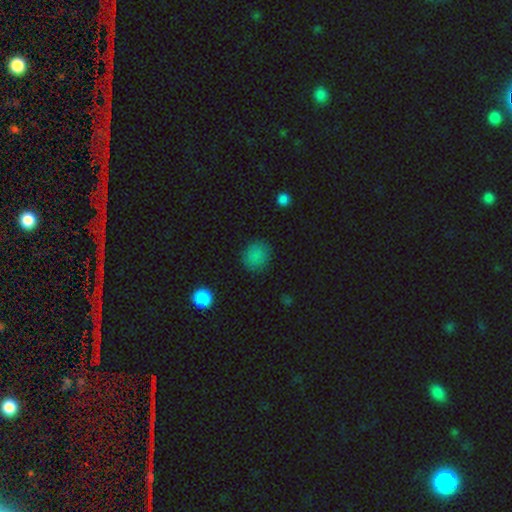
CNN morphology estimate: smooth-or-featured: smooth: 84% | star or artifact: 11% | featured or disk: 5%
  how-rounded: round: 80% | in between: 19% | cigar-shaped: 1%
  merging: none: 84% | minor disturbance: 11% | major disturbance: 3% | merger: 1%